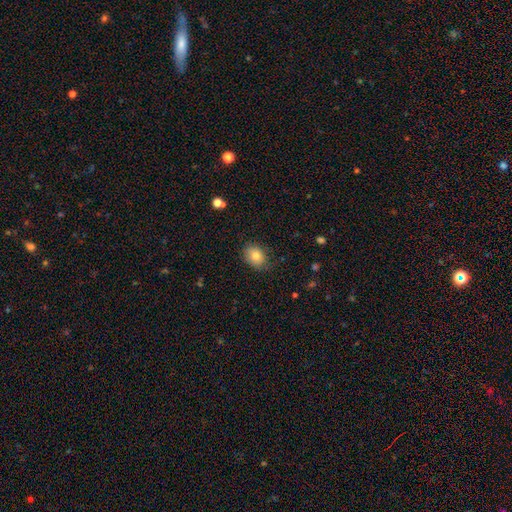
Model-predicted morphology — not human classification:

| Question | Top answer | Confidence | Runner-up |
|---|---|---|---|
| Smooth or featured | smooth | 82% | star or artifact (9%) |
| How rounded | in between | 64% | round (35%) |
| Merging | none | 80% | minor disturbance (15%) |